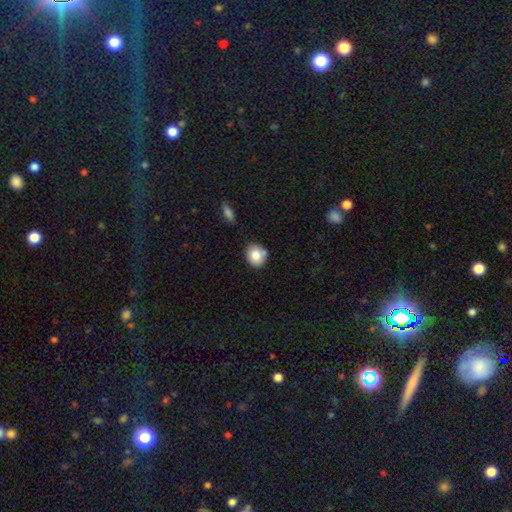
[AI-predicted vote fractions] smooth-or-featured: smooth: 82% | featured or disk: 9% | star or artifact: 9%
  how-rounded: round: 66% | in between: 33% | cigar-shaped: 1%
  merging: none: 68% | minor disturbance: 17% | merger: 11% | major disturbance: 4%